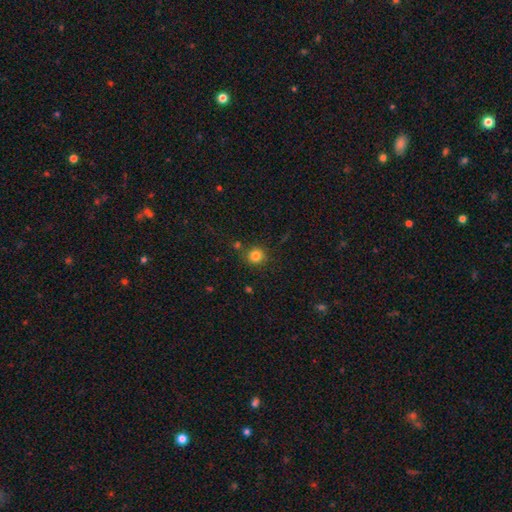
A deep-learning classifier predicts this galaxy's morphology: smooth 82%, star or artifact 12%, featured or disk 5%. Down the decision tree: how rounded — round (90%); merging — none (83%).